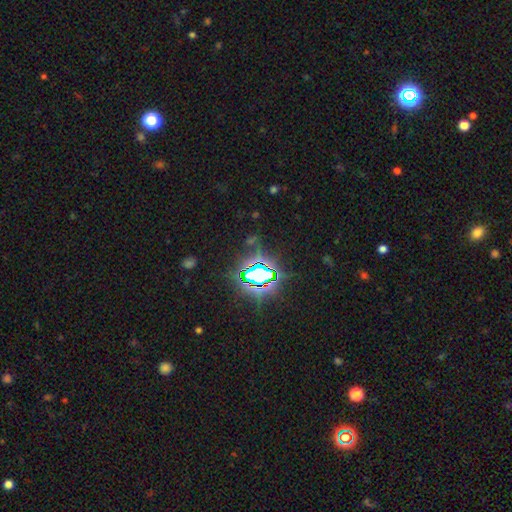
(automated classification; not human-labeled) Q: Smooth or featured?
A: star or artifact (83%); runner-up: smooth (10%)